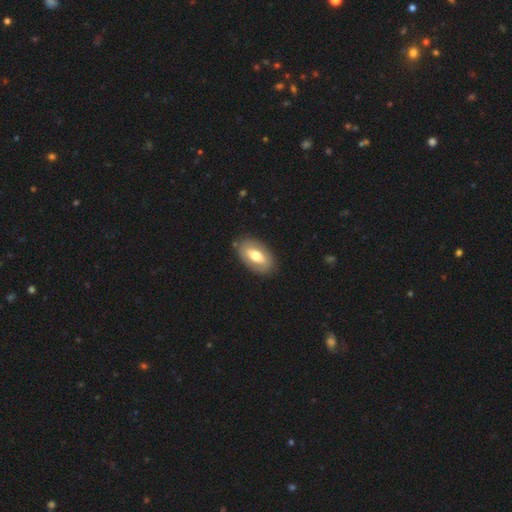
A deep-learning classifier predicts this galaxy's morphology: Smooth or featured?
  - smooth: 56% *
  - featured or disk: 39%
  - star or artifact: 5%
How rounded?
  - in between: 93% *
  - round: 5%
  - cigar-shaped: 3%
Merging?
  - none: 84% *
  - minor disturbance: 11%
  - major disturbance: 3%
  - merger: 2%